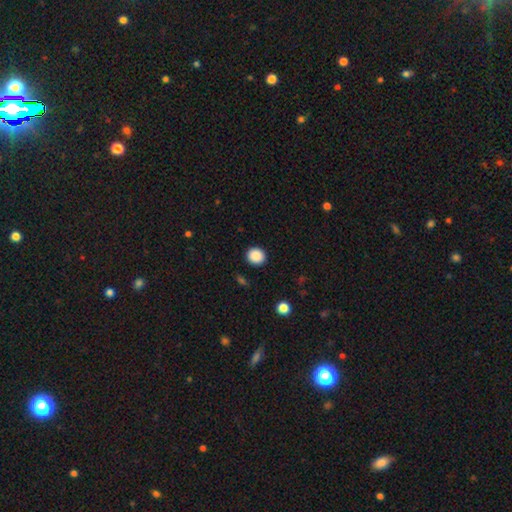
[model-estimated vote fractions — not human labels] This is clearly a smooth galaxy (88%). How rounded: clearly round (84%). Merging: clearly none (91%).